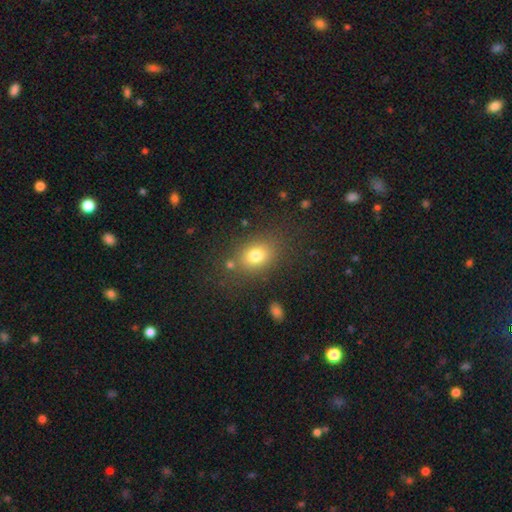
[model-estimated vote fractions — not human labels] Smooth or featured? smooth (77%)
How rounded? in between (62%)
Merging? none (77%)